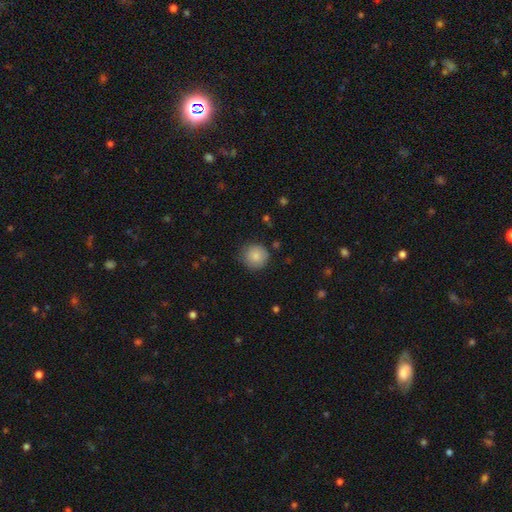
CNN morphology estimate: The model was most divided on "merging": none: 82%, minor disturbance: 13%, major disturbance: 3%, merger: 1%. More confident: how rounded — round (93%); smooth or featured — smooth (85%).